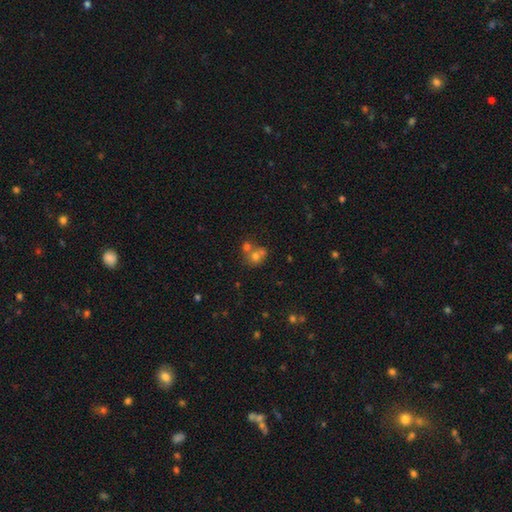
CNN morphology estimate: This appears to be a smooth galaxy with no disk features (65%) that is round (70%). Merging: merger (53%).